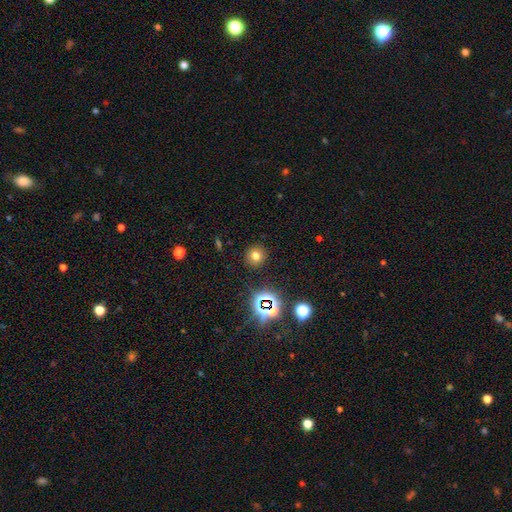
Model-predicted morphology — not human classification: Overall: smooth (69%). How rounded: round (89%). Merging: none (89%).